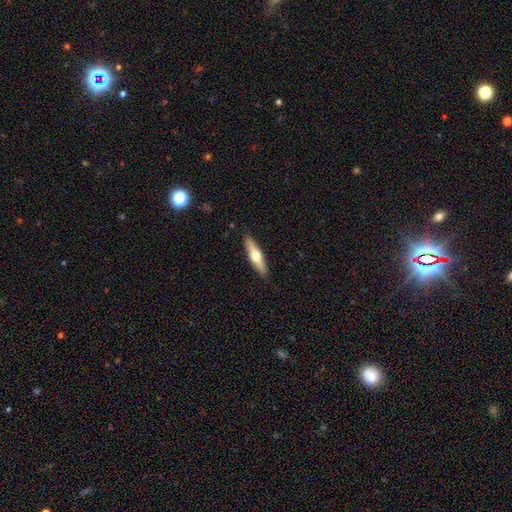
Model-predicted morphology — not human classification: A featured or disk galaxy (56%) viewed edge-on (93%) with a rounded central bulge (95%).

Vote fractions:
- Smooth or featured? featured or disk: 56% / smooth: 39% / star or artifact: 5%
- Edge-on disk? yes: 93% / no: 7%
- Edge-on bulge? rounded: 95% / none: 3% / boxy: 2%
- Merging? none: 90% / minor disturbance: 7% / major disturbance: 2% / merger: 1%